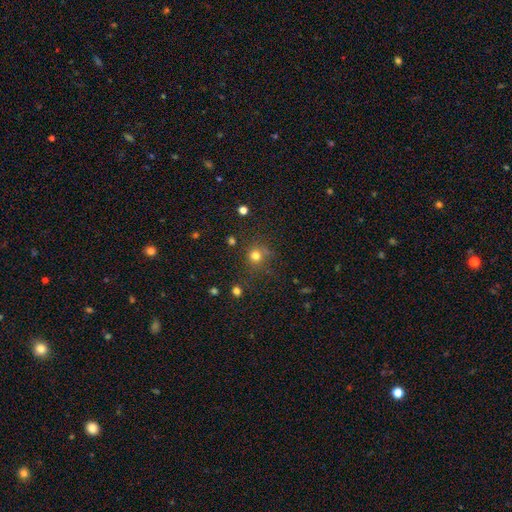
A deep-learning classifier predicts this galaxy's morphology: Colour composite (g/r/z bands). It shows a smooth galaxy with no disk features (75%) that is round (89%). Merging: none (76%).